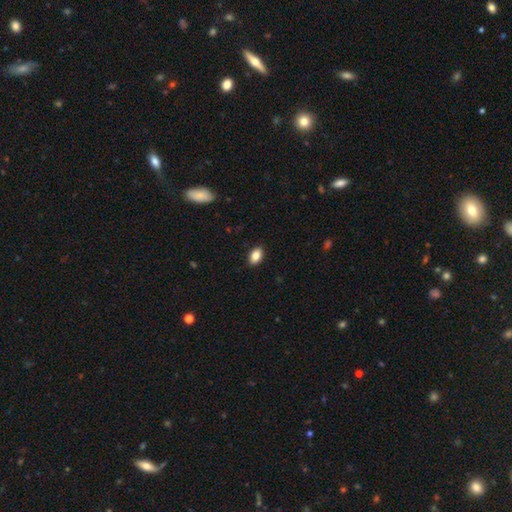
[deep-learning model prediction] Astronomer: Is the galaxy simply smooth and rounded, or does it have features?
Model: smooth — 86%.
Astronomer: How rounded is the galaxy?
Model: in between — 89%.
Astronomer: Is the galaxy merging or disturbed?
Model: none — 89%.